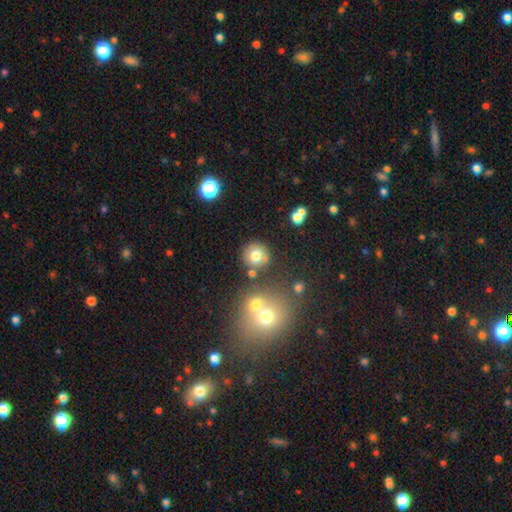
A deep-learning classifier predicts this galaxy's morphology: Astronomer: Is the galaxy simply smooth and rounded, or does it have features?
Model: smooth — 75%.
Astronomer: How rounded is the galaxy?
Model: round — 91%.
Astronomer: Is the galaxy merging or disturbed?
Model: none — 74%.